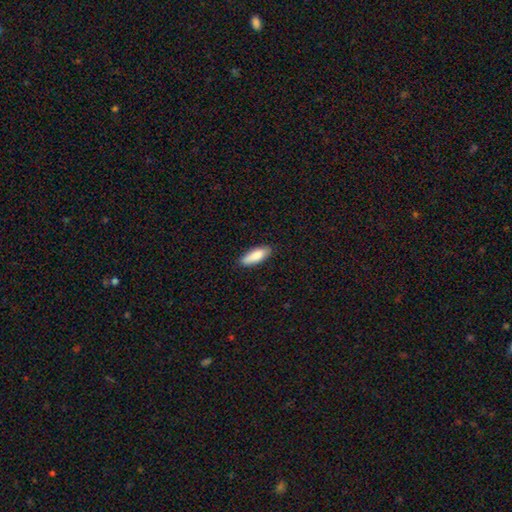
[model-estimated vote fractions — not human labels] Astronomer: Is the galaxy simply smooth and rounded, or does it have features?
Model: smooth — 85%.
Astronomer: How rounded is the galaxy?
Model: in between — 61% (runner-up: cigar-shaped, 38%).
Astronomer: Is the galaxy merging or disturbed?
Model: none — 85%.